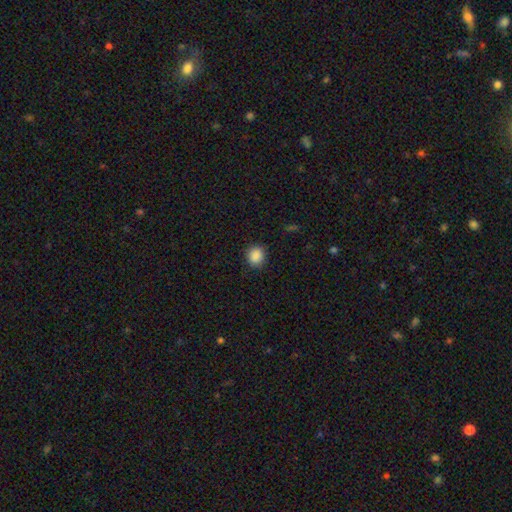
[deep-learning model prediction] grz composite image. It shows a smooth galaxy with no disk features (88%) that is round (74%). Merging: none (88%).